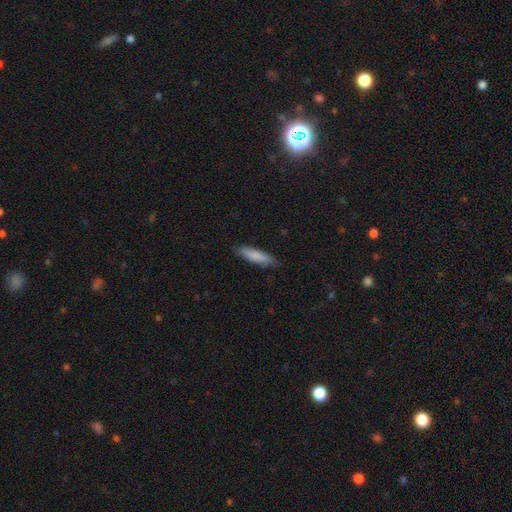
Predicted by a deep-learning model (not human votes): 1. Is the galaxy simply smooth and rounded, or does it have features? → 84% smooth, 11% featured or disk, 6% star or artifact.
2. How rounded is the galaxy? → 71% cigar-shaped, 28% in between, 1% round.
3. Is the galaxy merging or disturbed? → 82% none, 14% minor disturbance, 2% major disturbance, 1% merger.